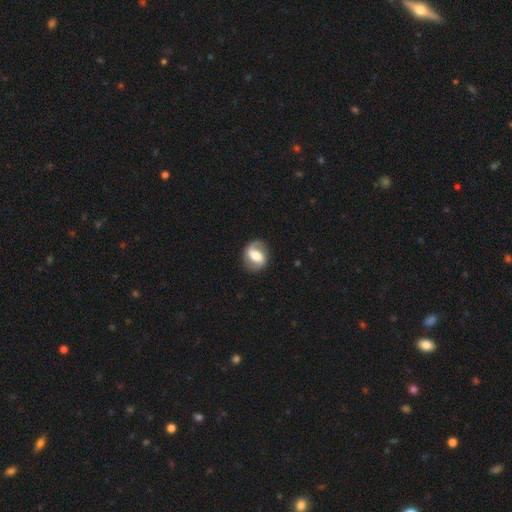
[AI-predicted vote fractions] A featured or disk galaxy (73%) with a strong bar (42%), 2 (89%) medium (43%) spiral arms (87%) and a moderate central bulge (50%).

Vote fractions:
- Smooth or featured? featured or disk: 73% / smooth: 22% / star or artifact: 6%
- Edge-on disk? no: 96% / yes: 4%
- Bar? strong: 42% / weak: 39% / no: 19%
- Spiral arms? yes: 87% / no: 13%
- Spiral winding? medium: 43% / loose: 35% / tight: 22%
- Spiral arm count? 2: 89% / can't tell: 4% / 1: 4% / 3: 1% / 4: 1% / more than 4: 1%
- Bulge size? moderate: 50% / large: 28% / small: 15% / dominant: 4% / none: 3%
- Merging? none: 83% / minor disturbance: 11% / major disturbance: 5% / merger: 1%